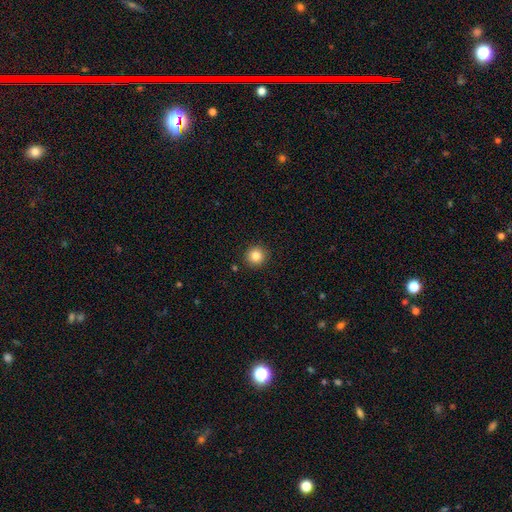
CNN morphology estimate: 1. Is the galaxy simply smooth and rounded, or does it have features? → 84% smooth, 11% star or artifact, 5% featured or disk.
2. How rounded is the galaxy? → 94% round, 5% in between, 1% cigar-shaped.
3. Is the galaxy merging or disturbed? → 92% none, 5% minor disturbance, 2% major disturbance, 1% merger.